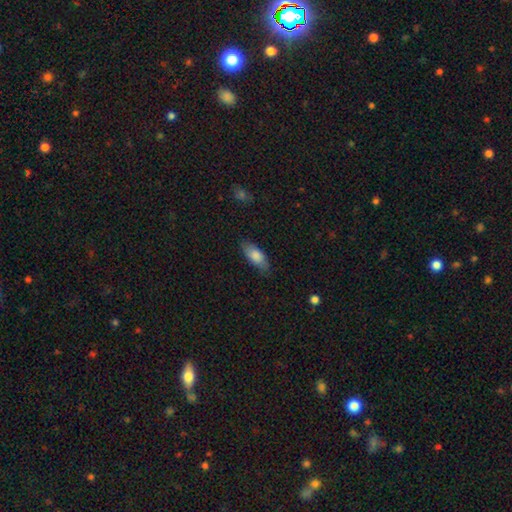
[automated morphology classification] type=smooth (81%); roundness=in between (79%); merging=none (79%).